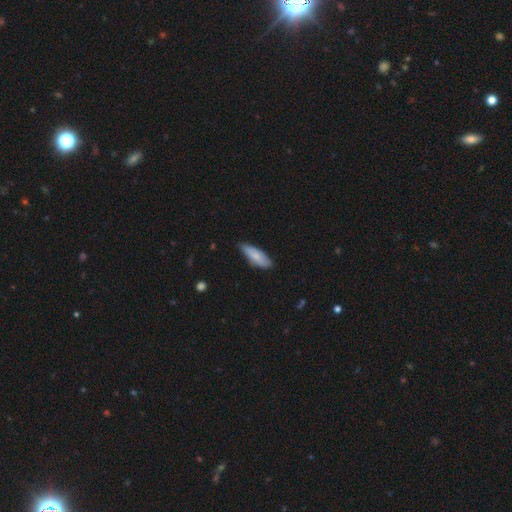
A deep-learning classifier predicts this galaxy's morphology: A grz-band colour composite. It shows a smooth galaxy with no disk features (79%) that is in between round and cigar-shaped (62%). Merging: none (72%).